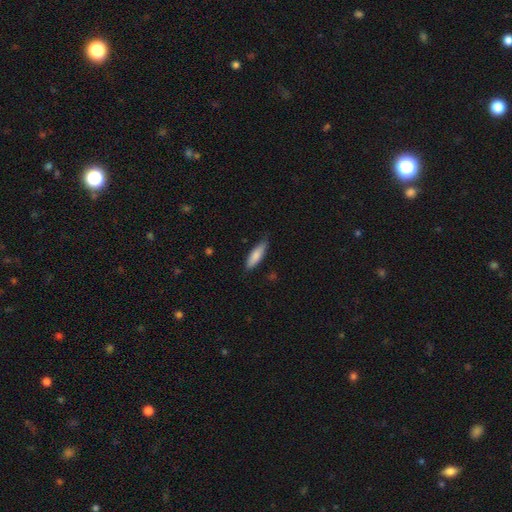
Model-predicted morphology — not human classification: smooth-or-featured: smooth: 82% | featured or disk: 13% | star or artifact: 6%
  how-rounded: cigar-shaped: 55% | in between: 43% | round: 2%
  merging: none: 79% | minor disturbance: 17% | major disturbance: 2% | merger: 1%